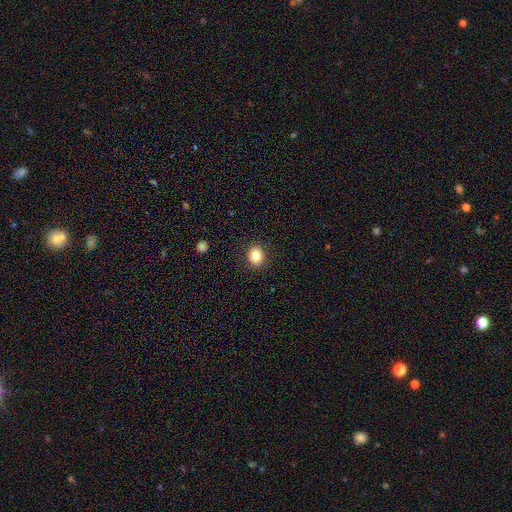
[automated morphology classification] Overall: smooth (82%). How rounded: round (61%; in between 38%). Merging: none (90%).